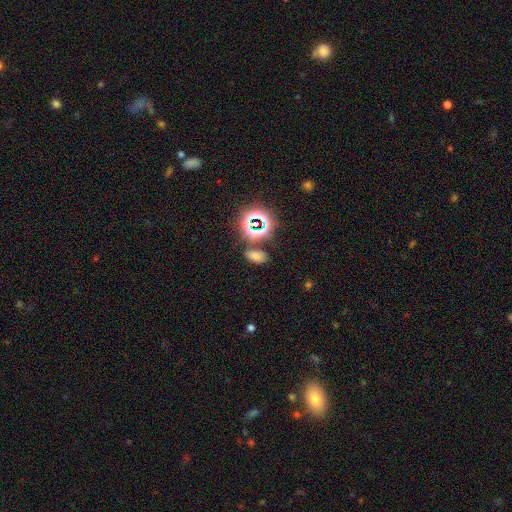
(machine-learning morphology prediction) A smooth galaxy with no disk features (62%) that is in between round and cigar-shaped (87%). Merging: none (75%).